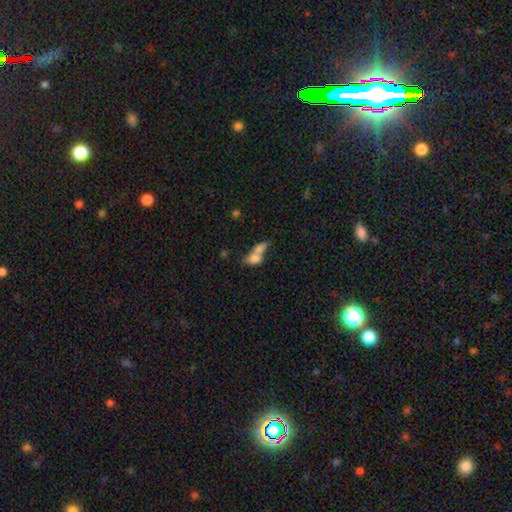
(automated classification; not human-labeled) This is likely a smooth galaxy (72%). How rounded: likely in between (74%). Merging: likely merger (69%).